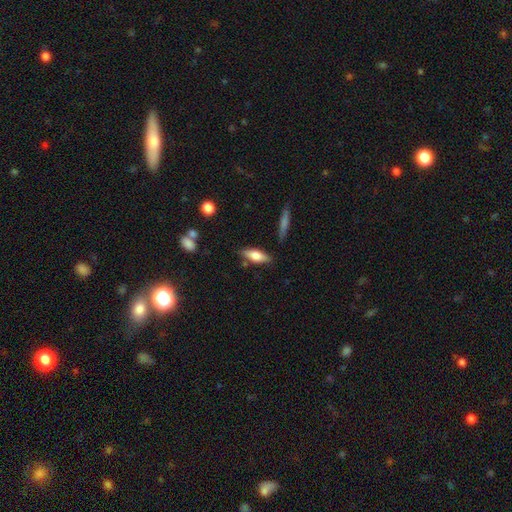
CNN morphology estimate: Smooth or featured: smooth — 68% (featured or disk — 25%)
How rounded: in between — 63% (cigar-shaped — 35%)
Merging: none — 77% (minor disturbance — 15%)